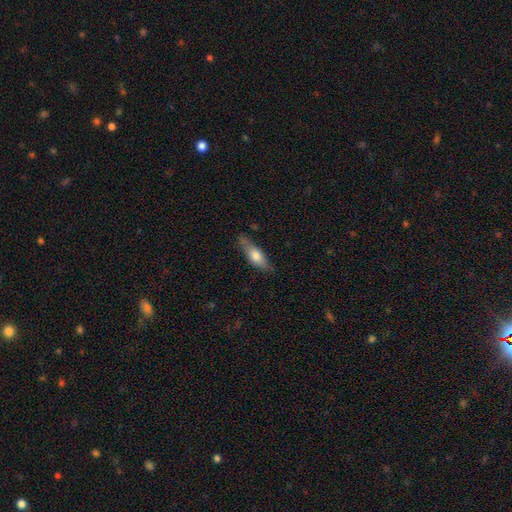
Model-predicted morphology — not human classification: This is likely a smooth galaxy (62%). How rounded: possibly cigar-shaped (49%). Merging: likely none (73%).